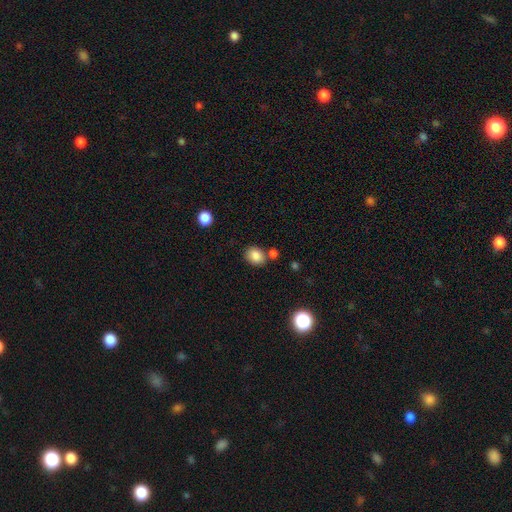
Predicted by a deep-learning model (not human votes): smooth_or_featured: smooth (p=0.86) [alt: star or artifact p=0.09]
how_rounded: in between (p=0.55) [alt: round p=0.44]
merging: none (p=0.69) [alt: merger p=0.14]